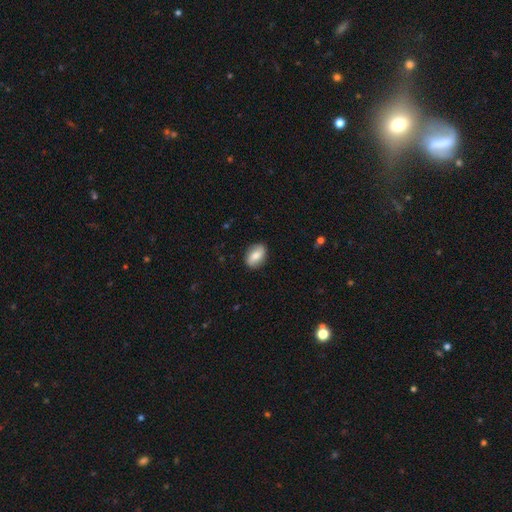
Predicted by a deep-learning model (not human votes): Morphology: type=smooth (71%); roundness=in between (83%); merging=none (86%).